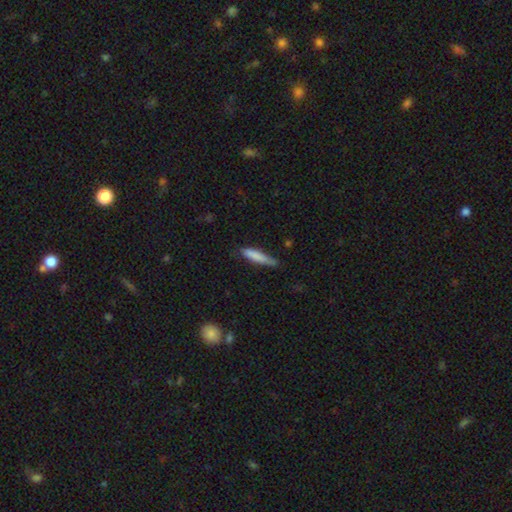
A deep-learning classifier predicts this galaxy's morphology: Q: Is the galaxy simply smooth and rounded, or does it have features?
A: smooth — 80%.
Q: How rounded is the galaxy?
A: cigar-shaped — 84%.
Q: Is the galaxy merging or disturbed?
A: none — 62%.